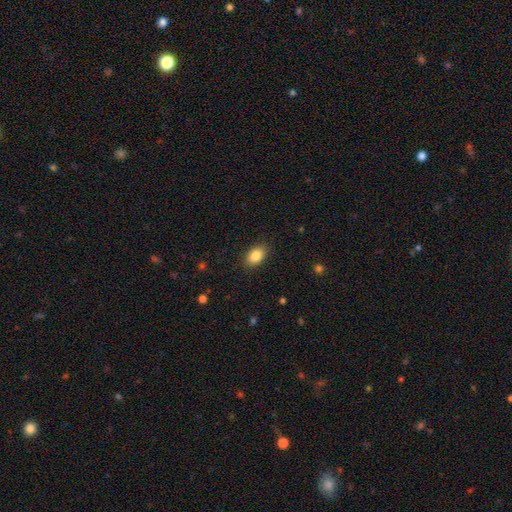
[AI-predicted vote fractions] Smooth or featured? Predicted: smooth (p=0.86). How rounded? Predicted: in between (p=0.89). Merging? Predicted: none (p=0.88).